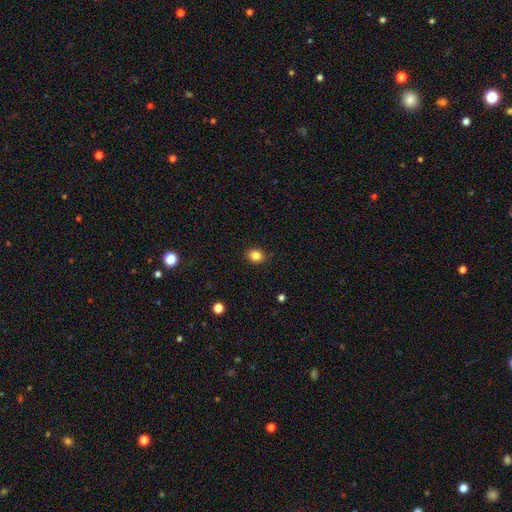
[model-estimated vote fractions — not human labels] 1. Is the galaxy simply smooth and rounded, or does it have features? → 84% smooth, 11% star or artifact, 5% featured or disk.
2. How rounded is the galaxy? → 53% round, 46% in between, 1% cigar-shaped.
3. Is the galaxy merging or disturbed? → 88% none, 9% minor disturbance, 2% major disturbance, 1% merger.